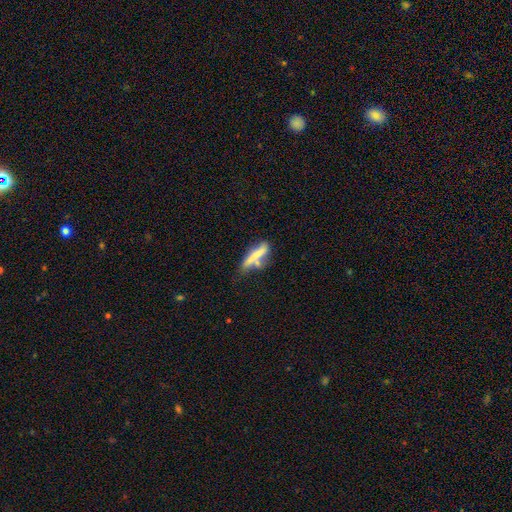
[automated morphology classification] Smooth or featured? smooth (59%)
How rounded? cigar-shaped (80%)
Merging? none (46%)